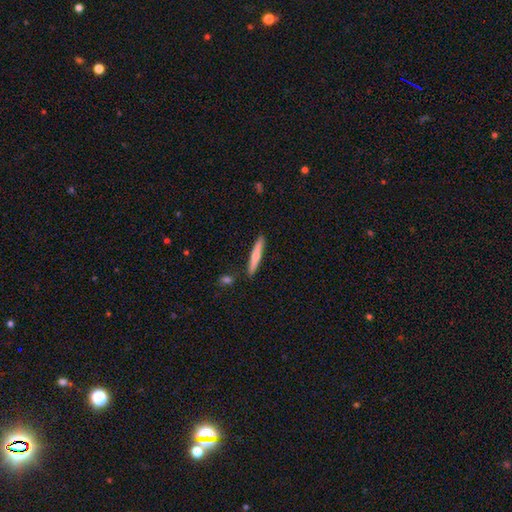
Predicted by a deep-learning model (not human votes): smooth-or-featured: smooth: 63% | featured or disk: 32% | star or artifact: 5%
  how-rounded: cigar-shaped: 93% | in between: 5% | round: 1%
  merging: none: 88% | minor disturbance: 8% | merger: 3% | major disturbance: 2%